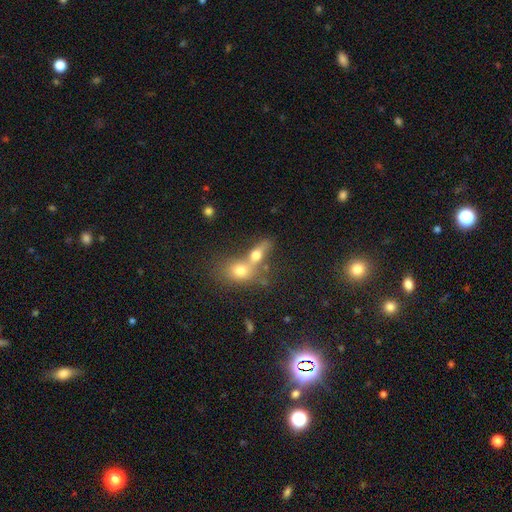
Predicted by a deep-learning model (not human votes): The model was most divided on "how rounded": in between: 59%, round: 30%, cigar-shaped: 11%. More confident: smooth or featured — smooth (66%); merging — merger (66%).